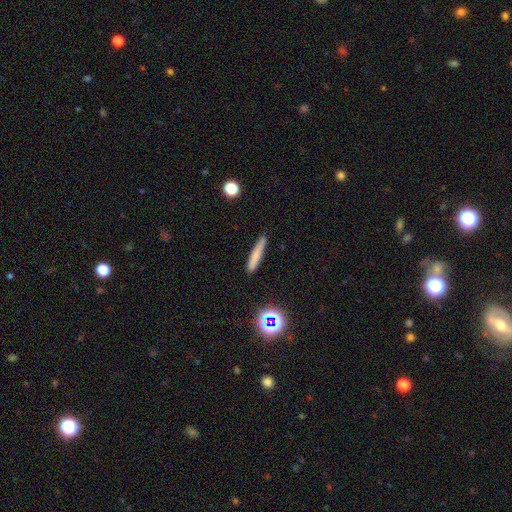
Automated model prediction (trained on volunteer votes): Q: Smooth or featured?
A: smooth (73%); runner-up: featured or disk (17%)
Q: How rounded?
A: cigar-shaped (92%); runner-up: in between (6%)
Q: Merging?
A: none (87%); runner-up: minor disturbance (9%)